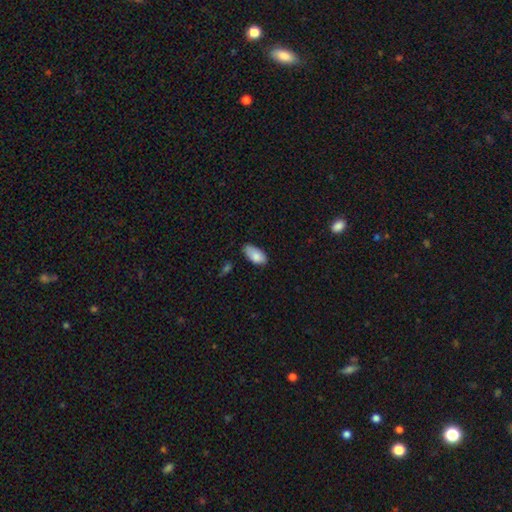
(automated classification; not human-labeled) smooth-or-featured: smooth: 85% | featured or disk: 8% | star or artifact: 7%
  how-rounded: in between: 94% | cigar-shaped: 4% | round: 3%
  merging: none: 68% | minor disturbance: 26% | major disturbance: 4% | merger: 2%